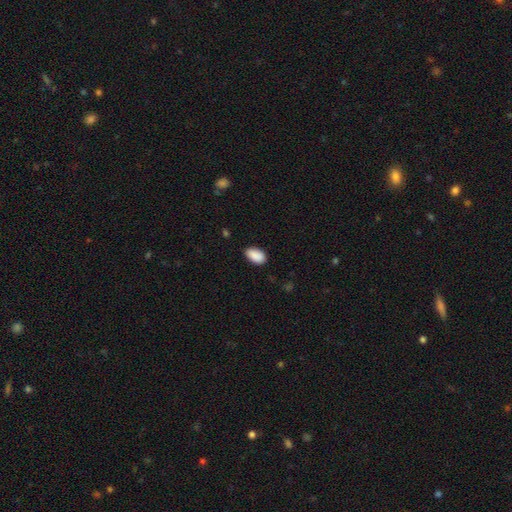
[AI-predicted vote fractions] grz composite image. It shows a smooth galaxy with no disk features (91%) that is in between round and cigar-shaped (95%). Merging: none (84%).